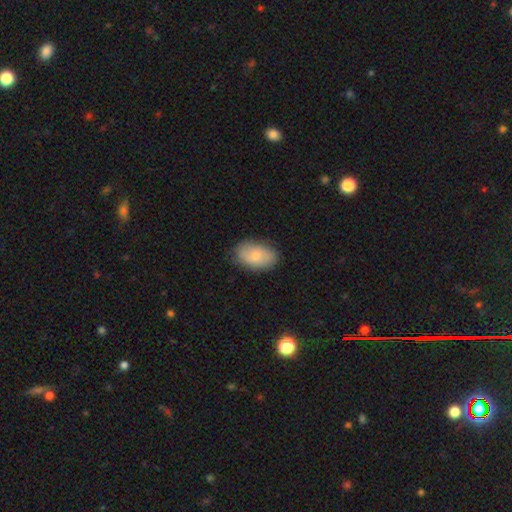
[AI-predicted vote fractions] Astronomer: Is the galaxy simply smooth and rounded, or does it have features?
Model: smooth — 74%.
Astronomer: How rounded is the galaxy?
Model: in between — 91%.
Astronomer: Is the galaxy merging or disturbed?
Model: none — 81%.